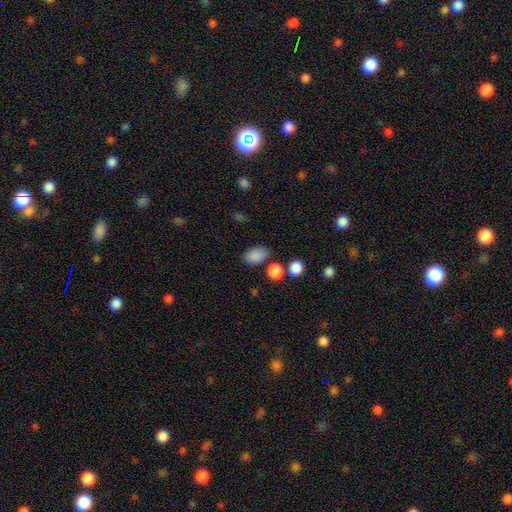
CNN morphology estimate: type=smooth (86%); roundness=in between (85%); merging=none (74%).